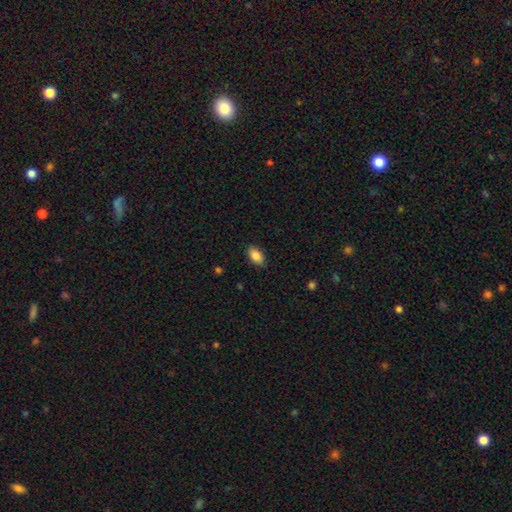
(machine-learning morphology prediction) This appears to be a smooth galaxy with no disk features (88%) that is in between round and cigar-shaped (91%). Merging: none (86%).